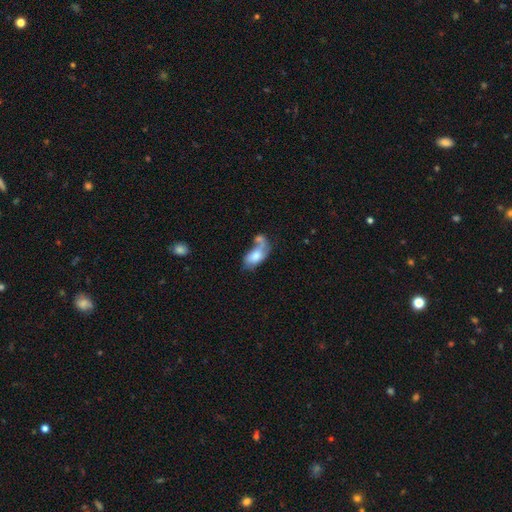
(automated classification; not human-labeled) Smooth or featured? Predicted: smooth (p=0.64). How rounded? Predicted: in between (p=0.88). Merging? Predicted: merger (p=0.46).